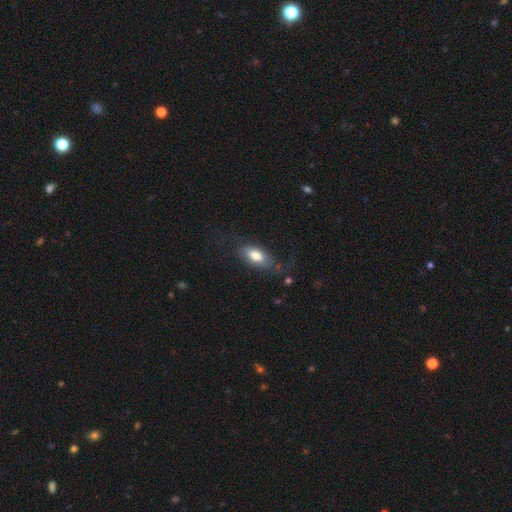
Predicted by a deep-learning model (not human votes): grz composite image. It shows a smooth galaxy with no disk features (69%) that is in between round and cigar-shaped (88%). Merging: none (62%).